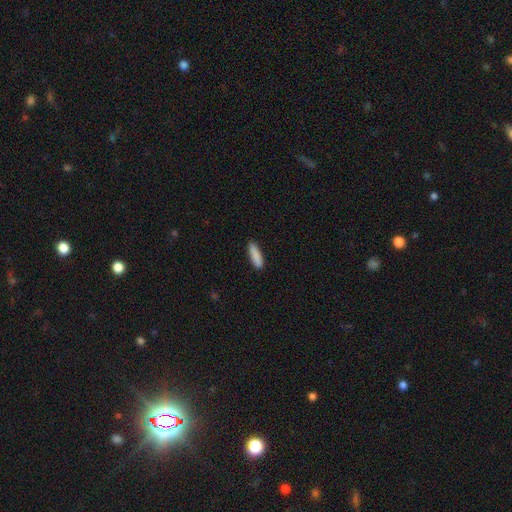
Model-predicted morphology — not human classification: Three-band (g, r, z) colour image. It shows a smooth galaxy with no disk features (89%) that is cigar-shaped (67%). Merging: none (89%).